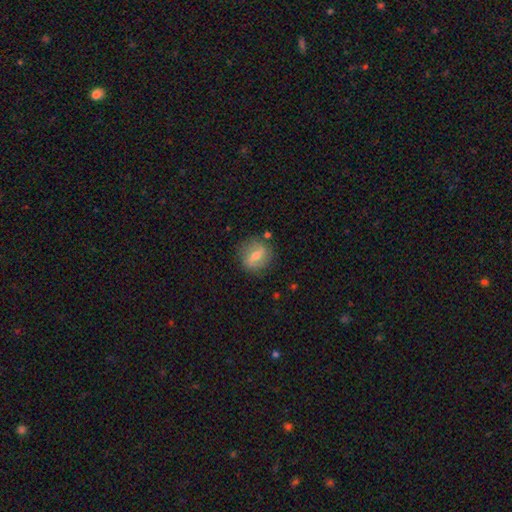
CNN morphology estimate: featured or disk 47%, smooth 45%, star or artifact 8%. Down the decision tree: merging — none (78%).